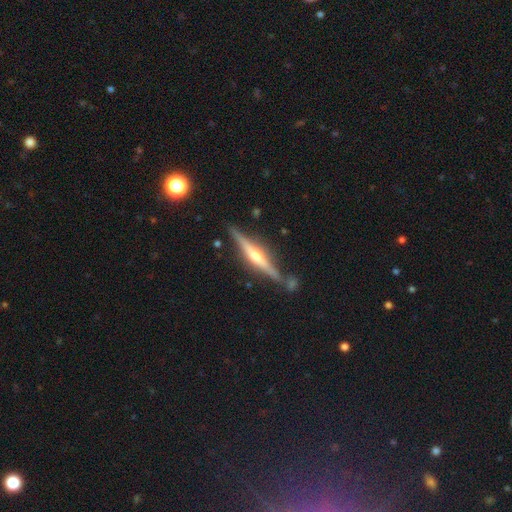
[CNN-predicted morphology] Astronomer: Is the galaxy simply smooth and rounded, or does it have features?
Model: featured or disk — 80%.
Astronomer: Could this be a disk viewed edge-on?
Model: yes — 98%.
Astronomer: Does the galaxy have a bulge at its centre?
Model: rounded — 89%.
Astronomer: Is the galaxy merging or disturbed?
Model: none — 82%.